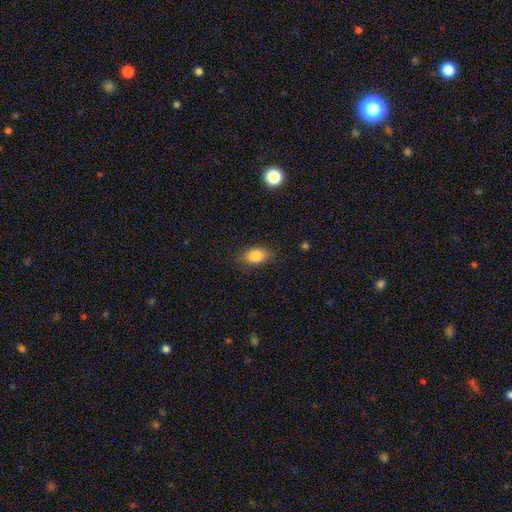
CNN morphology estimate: Q: Smooth or featured?
A: smooth (84%); runner-up: star or artifact (8%)
Q: How rounded?
A: in between (86%); runner-up: round (12%)
Q: Merging?
A: none (84%); runner-up: minor disturbance (12%)